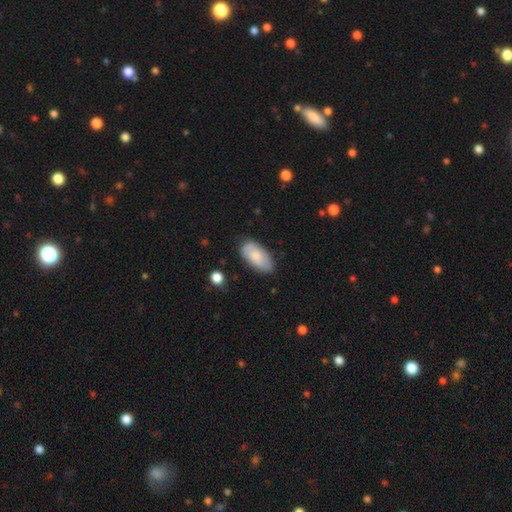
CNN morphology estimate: The model was most divided on "smooth or featured": smooth: 76%, featured or disk: 18%, star or artifact: 6%. More confident: how rounded — in between (93%); merging — none (78%).